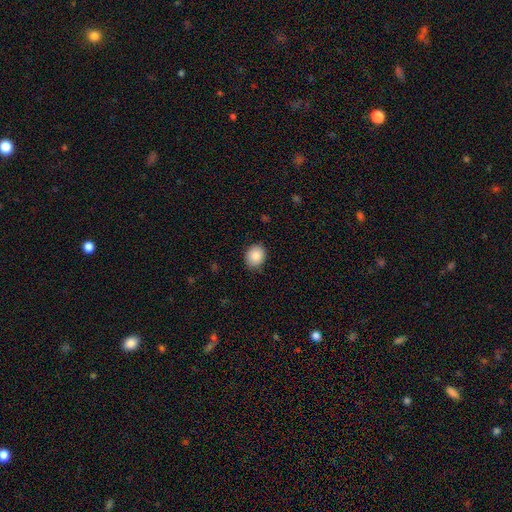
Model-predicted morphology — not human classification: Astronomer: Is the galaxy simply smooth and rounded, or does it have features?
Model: smooth — 87%.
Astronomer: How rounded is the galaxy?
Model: round — 62% (runner-up: in between, 37%).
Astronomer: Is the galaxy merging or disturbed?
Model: none — 85%.